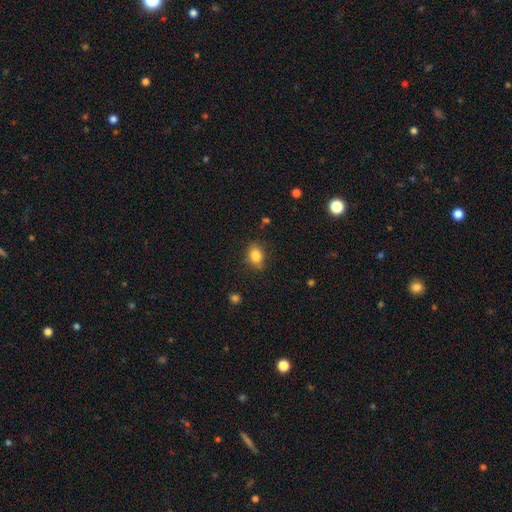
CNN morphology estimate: The model was most divided on "how rounded": in between: 61%, round: 38%, cigar-shaped: 1%. More confident: smooth or featured — smooth (84%); merging — none (81%).